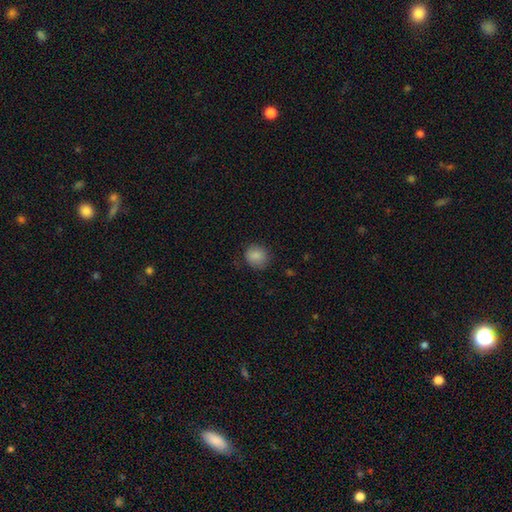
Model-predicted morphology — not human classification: The model was most divided on "how rounded": round: 78%, in between: 21%, cigar-shaped: 1%. More confident: smooth or featured — smooth (87%); merging — none (82%).